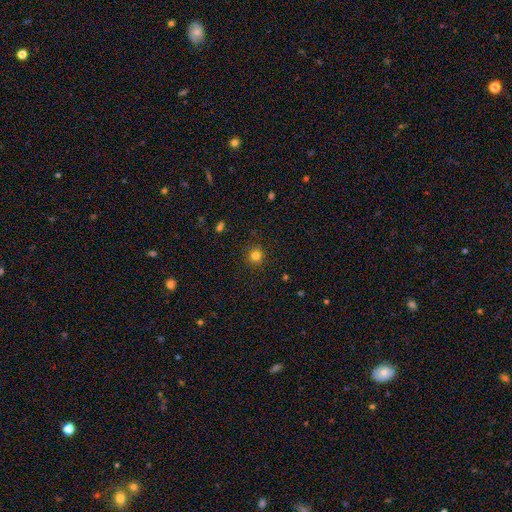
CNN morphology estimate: Smooth or featured: smooth — 81% (star or artifact — 14%)
How rounded: round — 93% (in between — 6%)
Merging: none — 91% (minor disturbance — 6%)